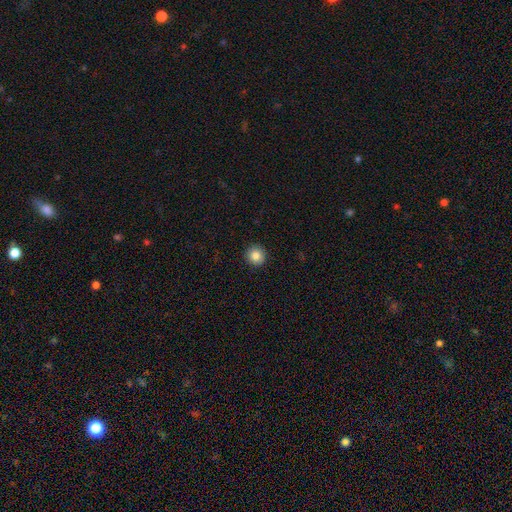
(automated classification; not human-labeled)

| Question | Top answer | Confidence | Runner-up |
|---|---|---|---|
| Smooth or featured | smooth | 84% | star or artifact (10%) |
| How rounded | round | 95% | in between (4%) |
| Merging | none | 93% | minor disturbance (5%) |